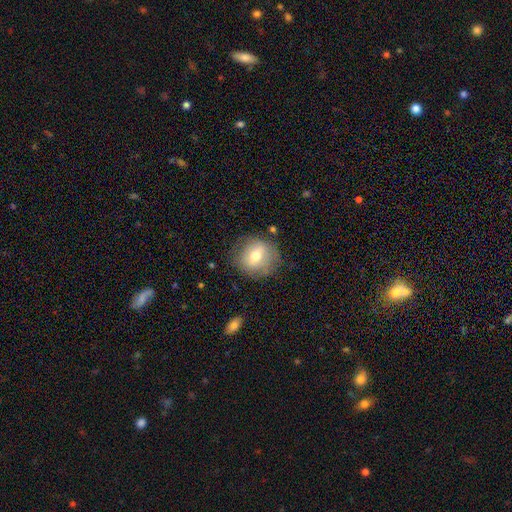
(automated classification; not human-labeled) Smooth or featured: smooth — 64% (featured or disk — 27%)
How rounded: round — 82% (in between — 17%)
Merging: none — 76% (minor disturbance — 17%)